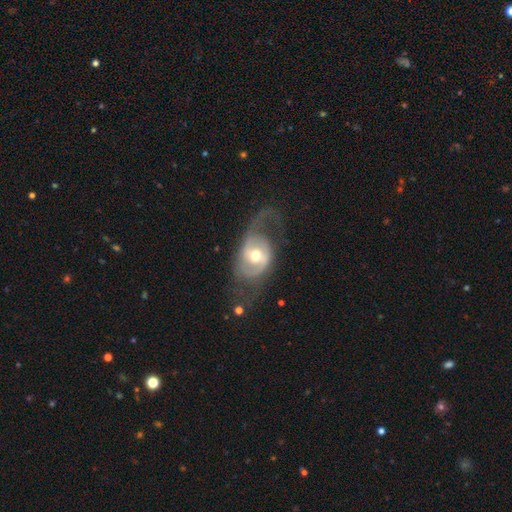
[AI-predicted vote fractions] Smooth or featured?
  - featured or disk: 72% *
  - smooth: 22%
  - star or artifact: 6%
Edge-on disk?
  - no: 94% *
  - yes: 6%
Bar?
  - no: 49% *
  - weak: 36%
  - strong: 15%
Spiral arms?
  - yes: 77% *
  - no: 23%
Spiral winding?
  - loose: 44% *
  - medium: 37%
  - tight: 19%
Spiral arm count?
  - 2: 62% *
  - 1: 22%
  - can't tell: 11%
  - 3: 2%
  - 4: 1%
  - more than 4: 1%
Bulge size?
  - moderate: 71% *
  - small: 19%
  - large: 8%
  - dominant: 1%
  - none: 1%
Merging?
  - none: 42% *
  - major disturbance: 35%
  - minor disturbance: 20%
  - merger: 2%